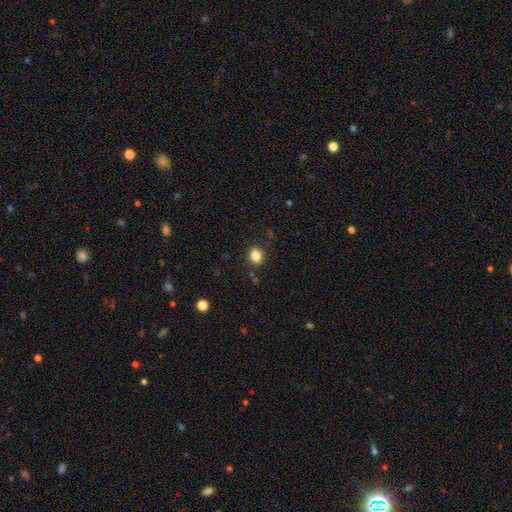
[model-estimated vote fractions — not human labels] smooth-or-featured: smooth: 85% | star or artifact: 11% | featured or disk: 5%
  how-rounded: round: 59% | in between: 40% | cigar-shaped: 1%
  merging: none: 85% | minor disturbance: 10% | major disturbance: 3% | merger: 2%